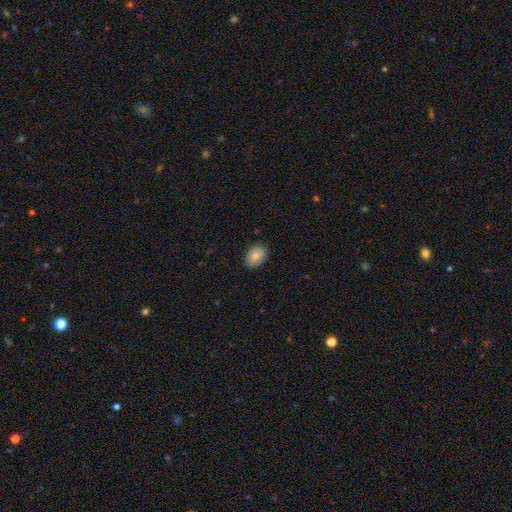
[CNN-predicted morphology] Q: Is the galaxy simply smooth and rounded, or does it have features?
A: smooth — 84%.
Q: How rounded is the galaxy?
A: in between — 82%.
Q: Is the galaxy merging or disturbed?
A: none — 82%.